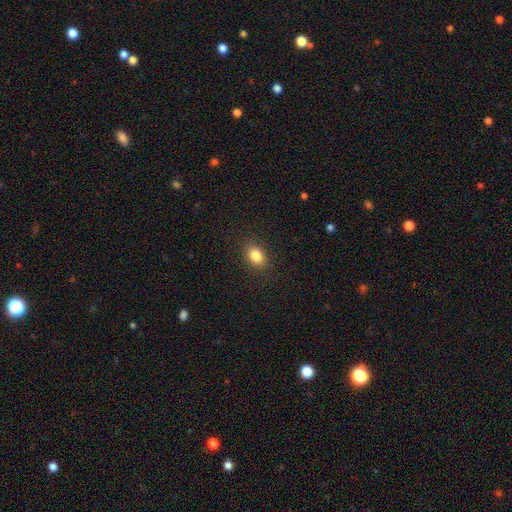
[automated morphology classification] The model was most divided on "how rounded": in between: 72%, round: 27%, cigar-shaped: 1%. More confident: merging — none (87%); smooth or featured — smooth (85%).